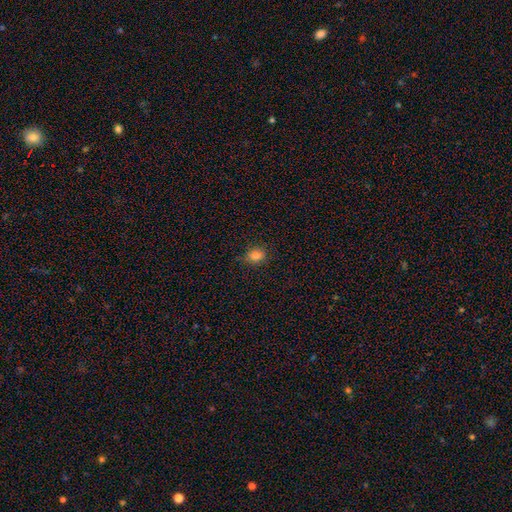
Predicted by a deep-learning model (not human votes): Overall: smooth (82%). How rounded: in between (58%; round 41%). Merging: none (80%).